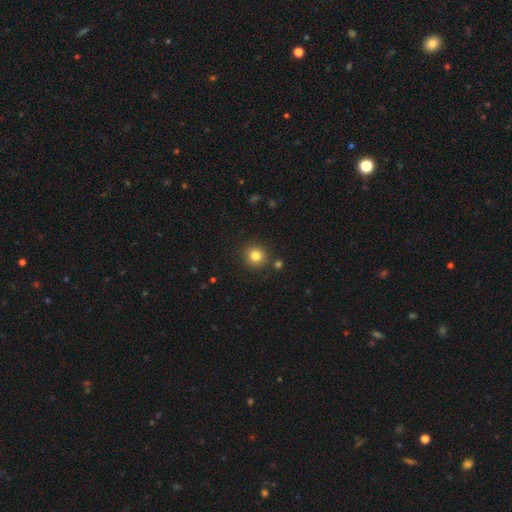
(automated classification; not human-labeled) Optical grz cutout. It shows a smooth galaxy with no disk features (82%) that is round (93%). Merging: none (88%).